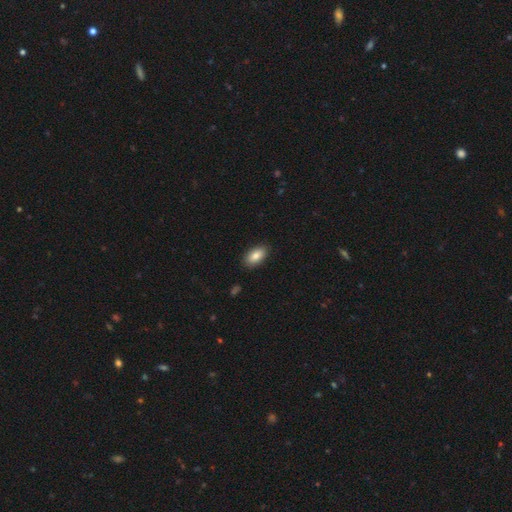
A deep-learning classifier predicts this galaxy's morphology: Smooth or featured?
  - smooth: 84% *
  - featured or disk: 9%
  - star or artifact: 7%
How rounded?
  - in between: 93% *
  - round: 5%
  - cigar-shaped: 2%
Merging?
  - none: 87% *
  - minor disturbance: 9%
  - major disturbance: 2%
  - merger: 1%